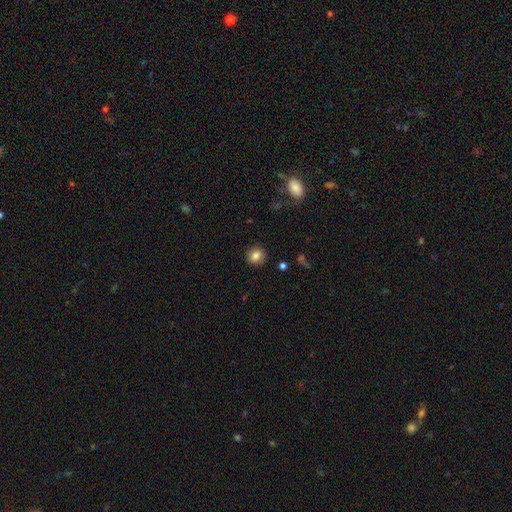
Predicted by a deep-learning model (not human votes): smooth_or_featured: smooth (p=0.83) [alt: star or artifact p=0.10]
how_rounded: round (p=0.86) [alt: in between p=0.13]
merging: none (p=0.90) [alt: minor disturbance p=0.06]